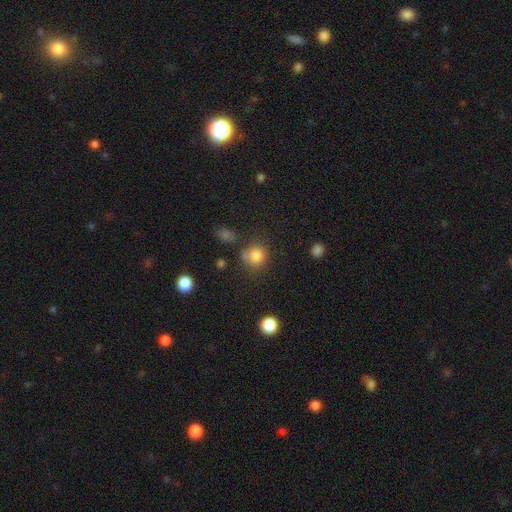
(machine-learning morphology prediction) smooth-or-featured: smooth: 81% | star or artifact: 13% | featured or disk: 6%
  how-rounded: round: 84% | in between: 14% | cigar-shaped: 1%
  merging: none: 65% | minor disturbance: 17% | merger: 12% | major disturbance: 7%